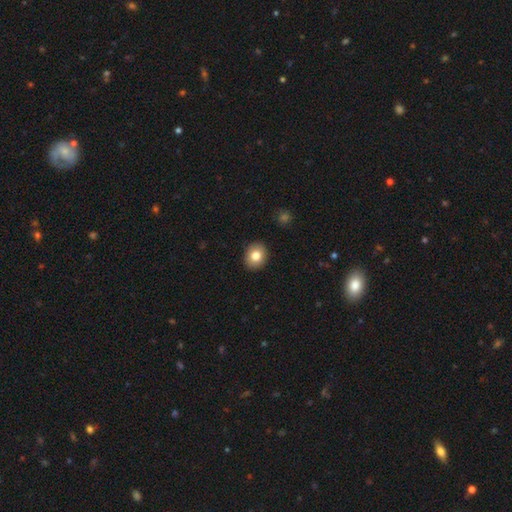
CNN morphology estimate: Smooth or featured: smooth — 80% (featured or disk — 10%)
How rounded: round — 65% (in between — 34%)
Merging: none — 91% (minor disturbance — 6%)